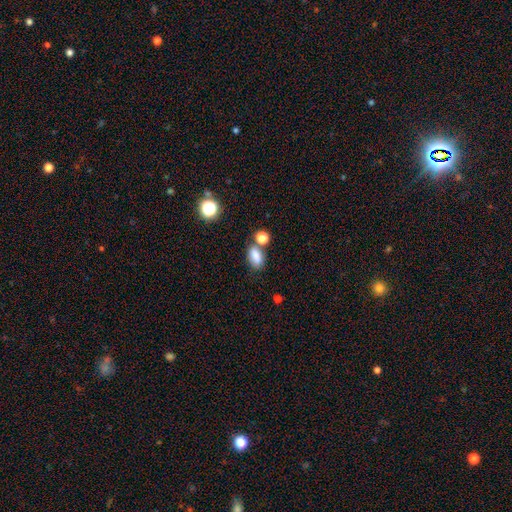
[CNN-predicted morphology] A smooth galaxy with no disk features (82%) that is in between round and cigar-shaped (84%).

Vote fractions:
- Smooth or featured? smooth: 82% / star or artifact: 11% / featured or disk: 7%
- How rounded? in between: 84% / round: 12% / cigar-shaped: 3%
- Merging? none: 60% / merger: 20% / minor disturbance: 15% / major disturbance: 5%